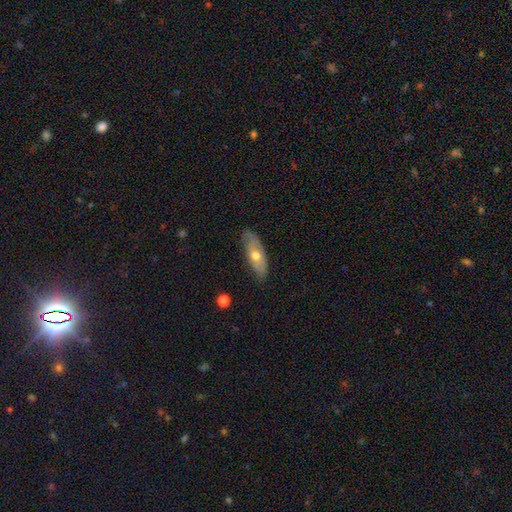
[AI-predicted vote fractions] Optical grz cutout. It shows a smooth galaxy with no disk features (48%). Merging: none (76%).